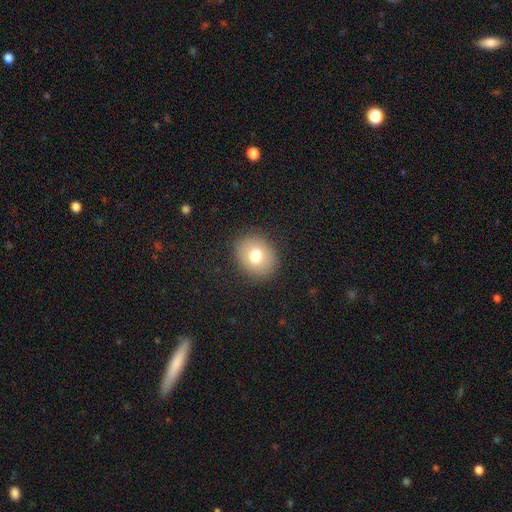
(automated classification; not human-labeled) smooth-or-featured: smooth: 74% | featured or disk: 15% | star or artifact: 11%
  how-rounded: round: 64% | in between: 35% | cigar-shaped: 1%
  merging: none: 88% | minor disturbance: 8% | major disturbance: 3% | merger: 1%